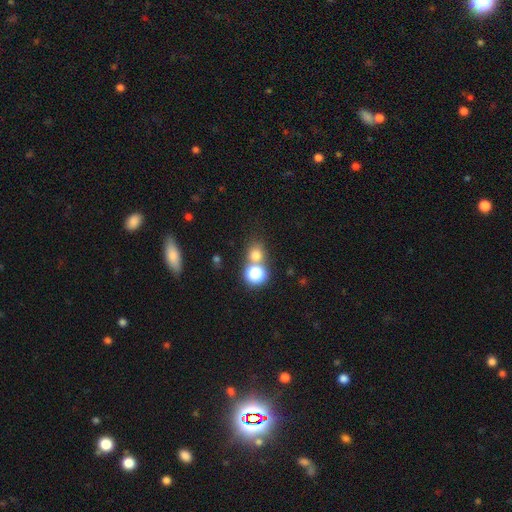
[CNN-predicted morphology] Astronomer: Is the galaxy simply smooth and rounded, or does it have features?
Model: smooth — 69%.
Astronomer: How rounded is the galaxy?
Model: round — 79%.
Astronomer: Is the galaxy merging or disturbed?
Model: none — 60%.